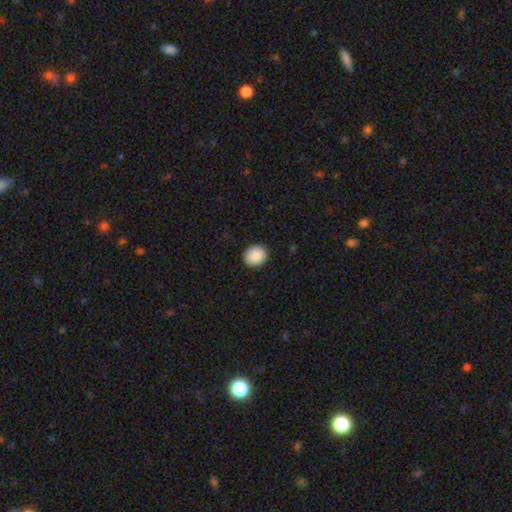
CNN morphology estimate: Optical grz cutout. It shows a smooth galaxy with no disk features (90%) that is round (73%). Merging: none (91%).